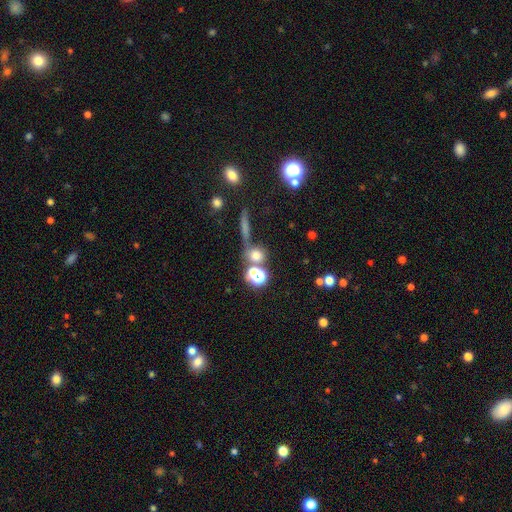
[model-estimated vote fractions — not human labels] smooth 61%, star or artifact 27%, featured or disk 12%. Down the decision tree: how rounded — round (75%); merging — none (59%).